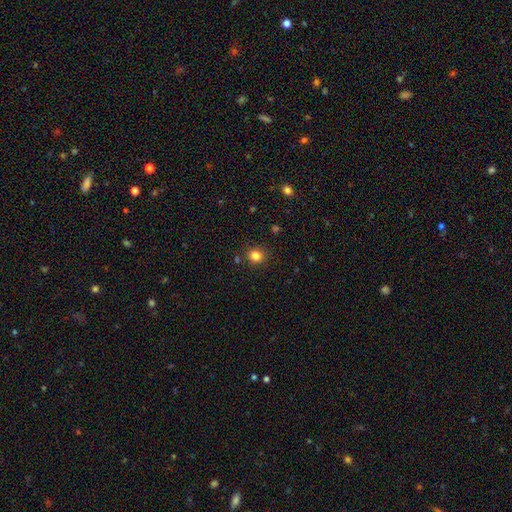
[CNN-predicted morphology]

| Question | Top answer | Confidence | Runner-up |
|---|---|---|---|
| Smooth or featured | smooth | 82% | star or artifact (13%) |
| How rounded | round | 81% | in between (18%) |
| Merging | none | 87% | minor disturbance (8%) |